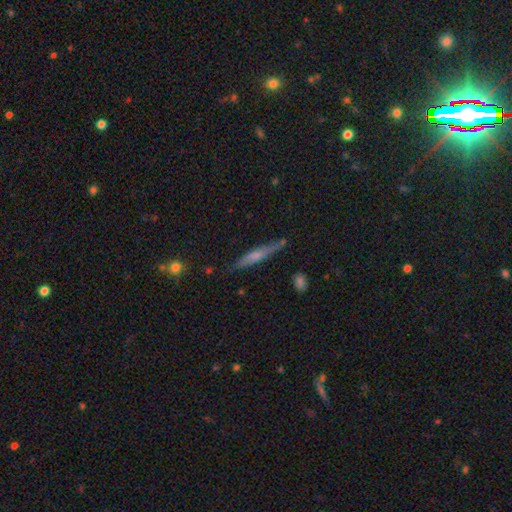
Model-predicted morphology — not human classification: Smooth or featured: smooth — 50% (featured or disk — 43%)
Merging: none — 78% (minor disturbance — 15%)